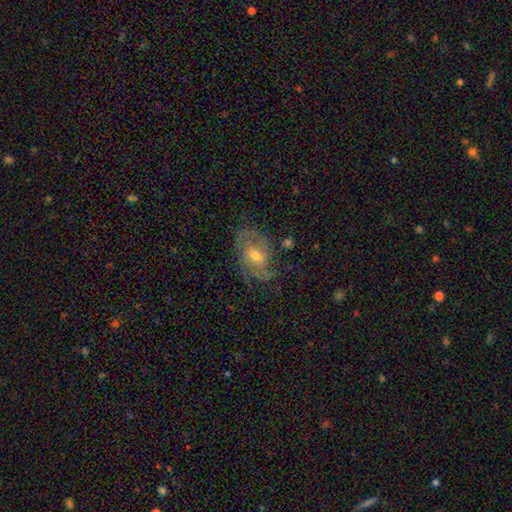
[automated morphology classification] Q: Smooth or featured?
A: featured or disk (76%); runner-up: smooth (16%)
Q: Edge-on disk?
A: no (96%); runner-up: yes (4%)
Q: Bar?
A: no (51%); runner-up: weak (40%)
Q: Spiral arms?
A: yes (88%); runner-up: no (12%)
Q: Spiral winding?
A: tight (43%); runner-up: medium (40%)
Q: Spiral arm count?
A: 2 (34%); runner-up: can't tell (32%)
Q: Bulge size?
A: moderate (63%); runner-up: small (32%)
Q: Merging?
A: none (65%); runner-up: minor disturbance (22%)